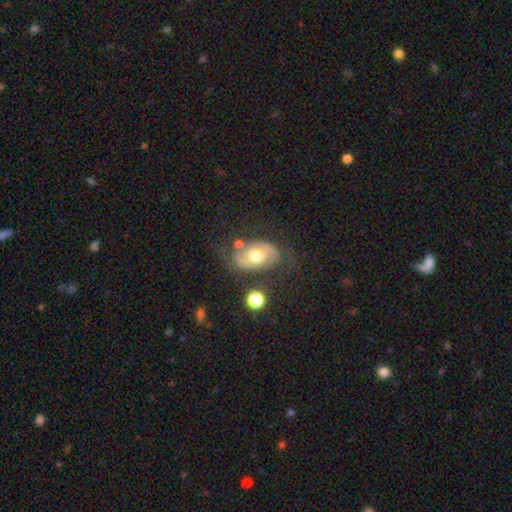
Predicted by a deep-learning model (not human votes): A featured or disk galaxy (51%).

Vote fractions:
- Smooth or featured? featured or disk: 51% / smooth: 40% / star or artifact: 9%
- Edge-on disk? no: 93% / yes: 7%
- Merging? none: 60% / minor disturbance: 21% / major disturbance: 13% / merger: 6%